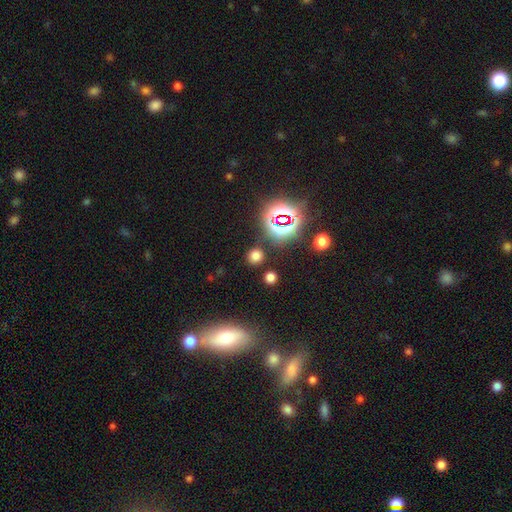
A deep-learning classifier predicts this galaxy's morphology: This is likely a smooth galaxy (67%). How rounded: clearly round (88%). Merging: clearly none (86%).